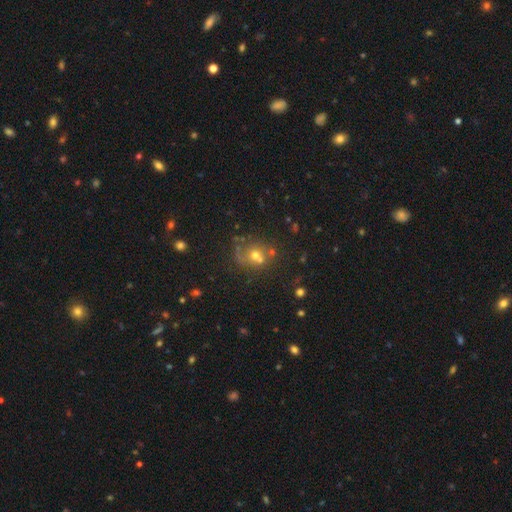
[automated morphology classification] This appears to be a smooth galaxy with no disk features (51%) that is round (73%). Merging: none (43%).